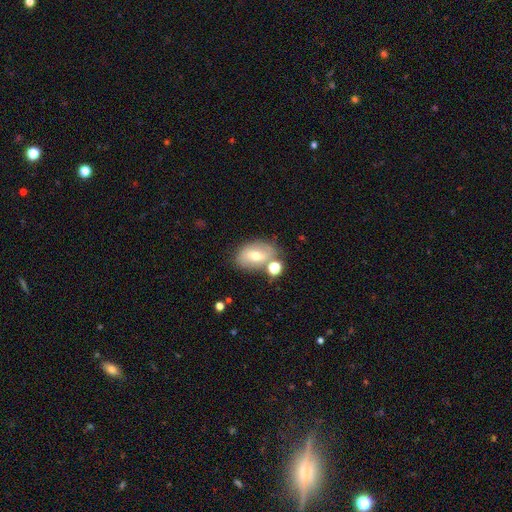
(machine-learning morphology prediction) Overall: smooth (54%; featured or disk 36%). How rounded: in between (79%). Merging: none (60%).